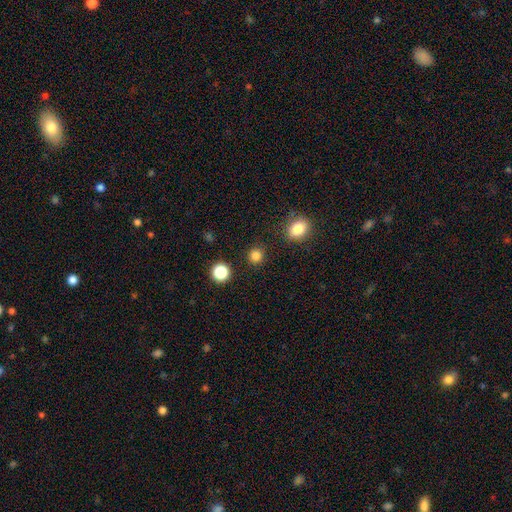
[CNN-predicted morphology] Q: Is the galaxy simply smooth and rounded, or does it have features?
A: smooth — 84%.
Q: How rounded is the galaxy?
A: round — 89%.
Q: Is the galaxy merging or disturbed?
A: none — 88%.